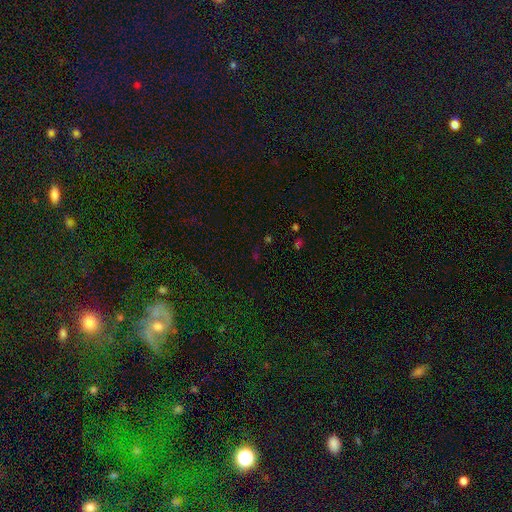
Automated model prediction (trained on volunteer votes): Morphology: type=star or artifact (62%).